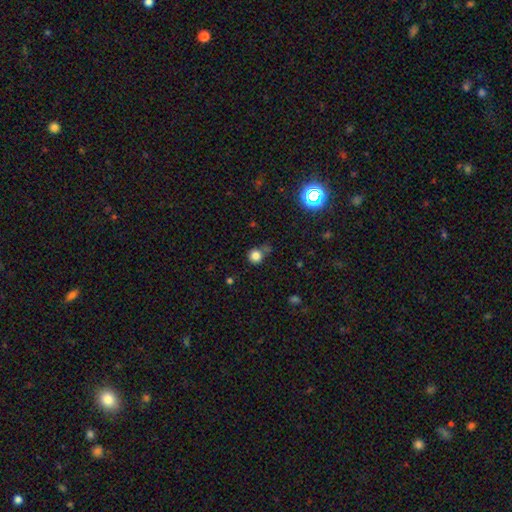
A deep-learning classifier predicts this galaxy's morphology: smooth-or-featured: smooth: 81% | star or artifact: 14% | featured or disk: 6%
  how-rounded: round: 89% | in between: 10% | cigar-shaped: 1%
  merging: none: 62% | minor disturbance: 21% | merger: 9% | major disturbance: 7%